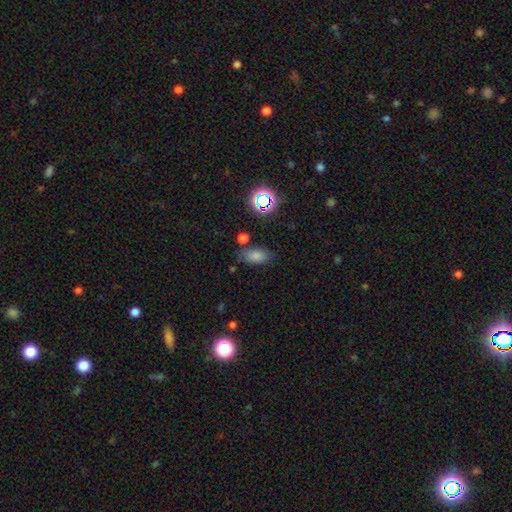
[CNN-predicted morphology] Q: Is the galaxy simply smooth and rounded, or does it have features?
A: smooth — 76%.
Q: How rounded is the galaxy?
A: in between — 88%.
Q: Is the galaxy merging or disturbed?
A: none — 73%.